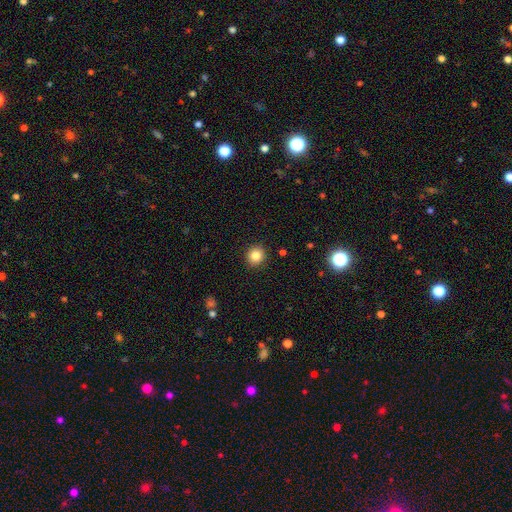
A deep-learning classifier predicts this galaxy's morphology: Smooth or featured?
  - smooth: 83% *
  - star or artifact: 11%
  - featured or disk: 6%
How rounded?
  - round: 89% *
  - in between: 10%
  - cigar-shaped: 1%
Merging?
  - none: 92% *
  - minor disturbance: 6%
  - major disturbance: 2%
  - merger: 1%